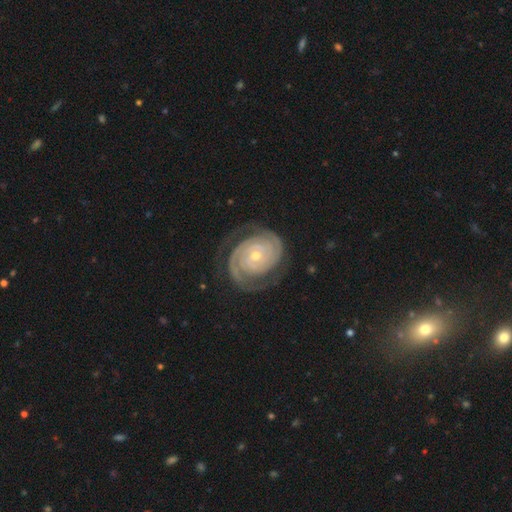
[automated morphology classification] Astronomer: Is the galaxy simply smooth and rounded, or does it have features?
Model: featured or disk — 92%.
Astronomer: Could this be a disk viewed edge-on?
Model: no — 98%.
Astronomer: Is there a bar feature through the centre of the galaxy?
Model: no — 72%.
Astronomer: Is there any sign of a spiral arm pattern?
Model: yes — 98%.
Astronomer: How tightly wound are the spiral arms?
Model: tight — 78%.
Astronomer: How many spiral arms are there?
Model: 2 — 80%.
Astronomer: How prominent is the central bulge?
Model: small — 59% (runner-up: moderate, 37%).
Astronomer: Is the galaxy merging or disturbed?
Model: none — 79%.